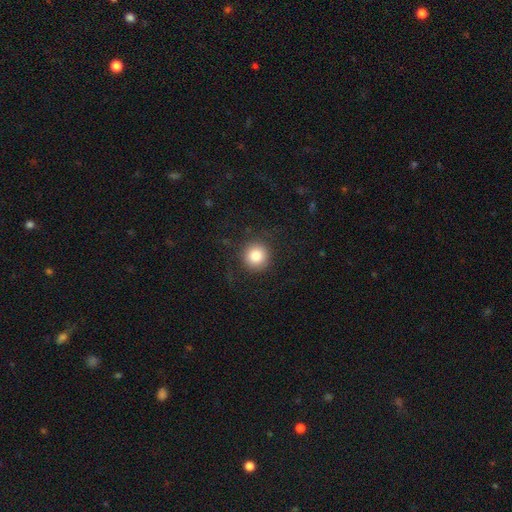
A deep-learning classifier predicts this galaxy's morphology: This appears to be a smooth galaxy with no disk features (84%) that is round (94%). Merging: none (85%).